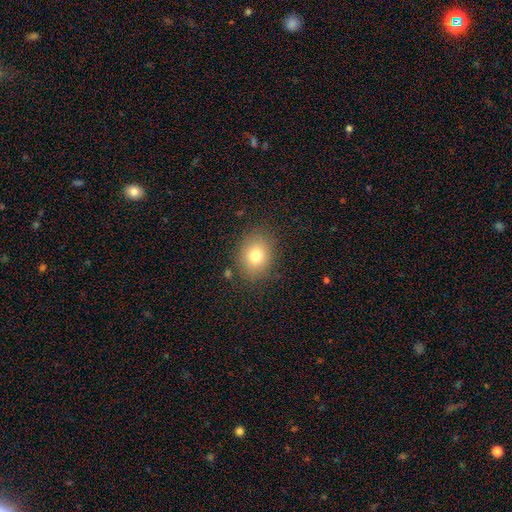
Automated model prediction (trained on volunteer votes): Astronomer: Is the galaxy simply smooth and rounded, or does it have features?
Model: smooth — 77%.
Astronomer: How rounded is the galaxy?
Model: round — 52% (runner-up: in between, 48%).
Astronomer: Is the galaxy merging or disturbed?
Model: none — 84%.